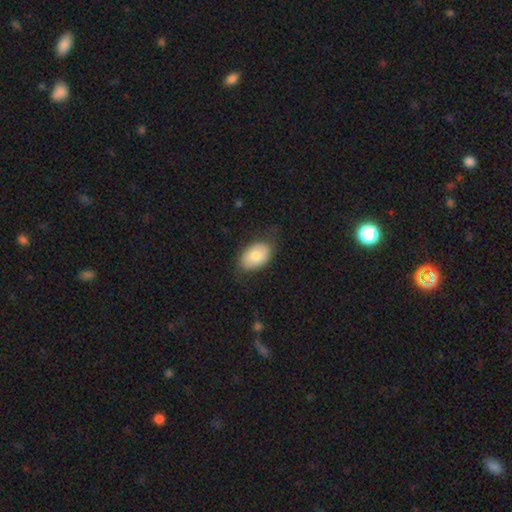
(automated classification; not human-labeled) This appears to be a smooth galaxy with no disk features (74%) that is in between round and cigar-shaped (88%). Merging: none (68%).